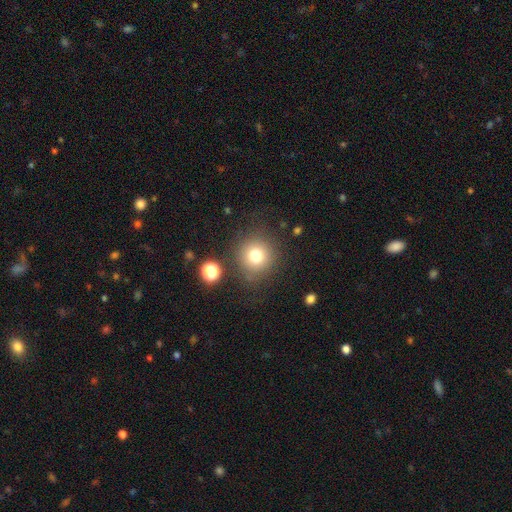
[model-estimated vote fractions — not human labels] This appears to be a smooth galaxy with no disk features (76%) that is round (93%). Merging: none (82%).